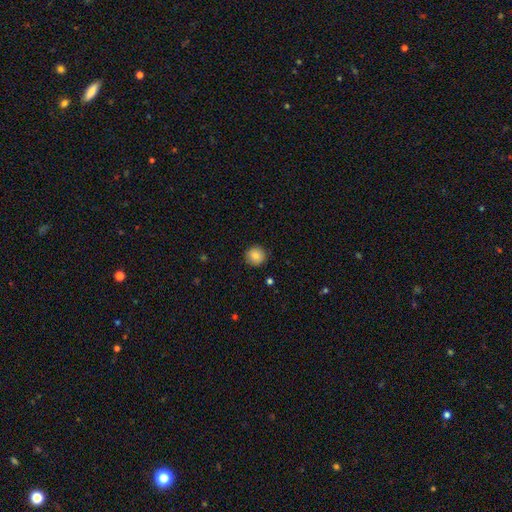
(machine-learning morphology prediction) Smooth or featured?
  - smooth: 85% *
  - star or artifact: 9%
  - featured or disk: 6%
How rounded?
  - round: 94% *
  - in between: 5%
  - cigar-shaped: 1%
Merging?
  - none: 90% *
  - minor disturbance: 7%
  - major disturbance: 2%
  - merger: 1%